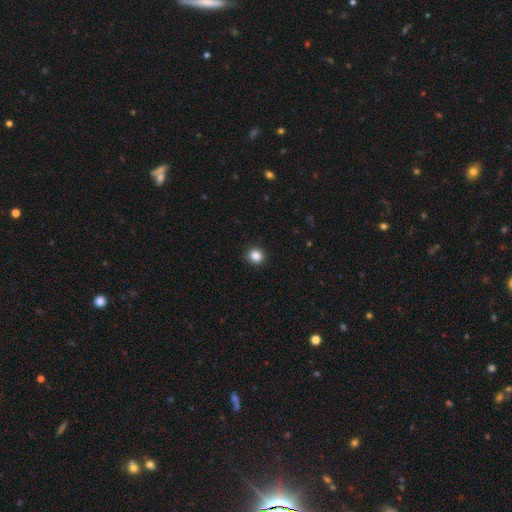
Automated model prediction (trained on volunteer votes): smooth 86%, star or artifact 11%, featured or disk 3%. Down the decision tree: how rounded — round (92%); merging — none (91%).